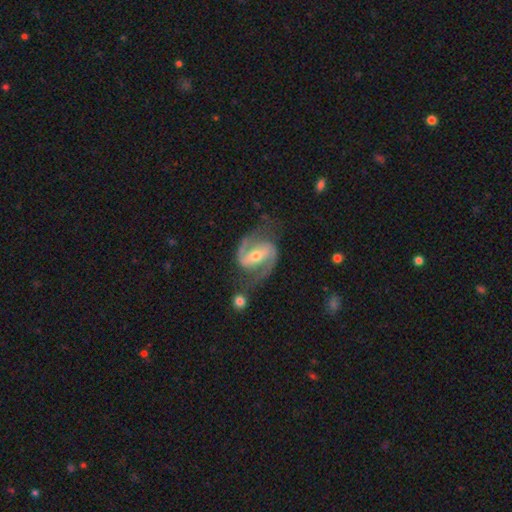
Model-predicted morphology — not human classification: Smooth or featured? featured or disk (91%)
Edge-on disk? no (97%)
Bar? strong (50%)
Spiral arms? yes (97%)
Spiral winding? medium (59%)
Spiral arm count? 2 (93%)
Bulge size? moderate (60%)
Merging? none (72%)